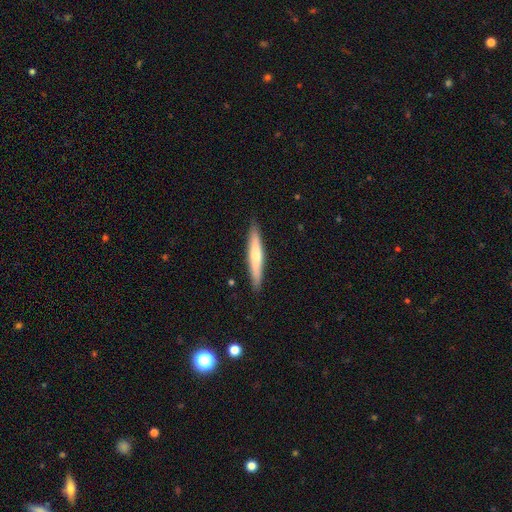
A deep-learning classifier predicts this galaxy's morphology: smooth-or-featured: smooth: 56% | featured or disk: 38% | star or artifact: 5%
  how-rounded: cigar-shaped: 93% | in between: 6% | round: 1%
  merging: none: 90% | minor disturbance: 8% | major disturbance: 1% | merger: 1%